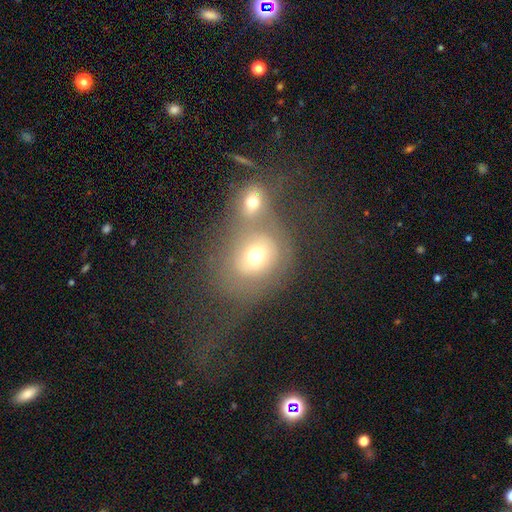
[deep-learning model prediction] A smooth galaxy with no disk features (59%) that is round (60%). Merging: merger (60%).